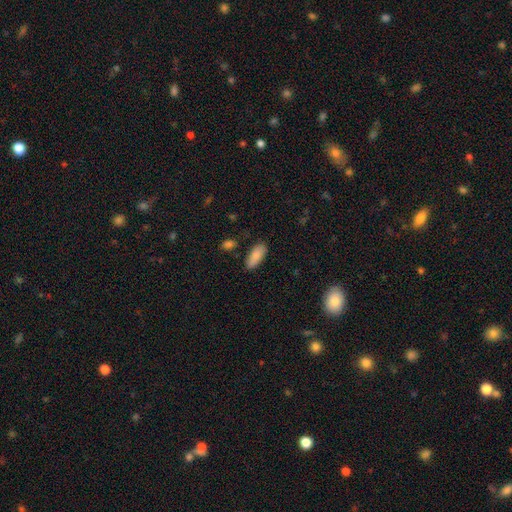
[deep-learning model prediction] smooth_or_featured: smooth (p=0.86) [alt: featured or disk p=0.07]
how_rounded: in between (p=0.80) [alt: cigar-shaped p=0.18]
merging: none (p=0.82) [alt: minor disturbance p=0.13]